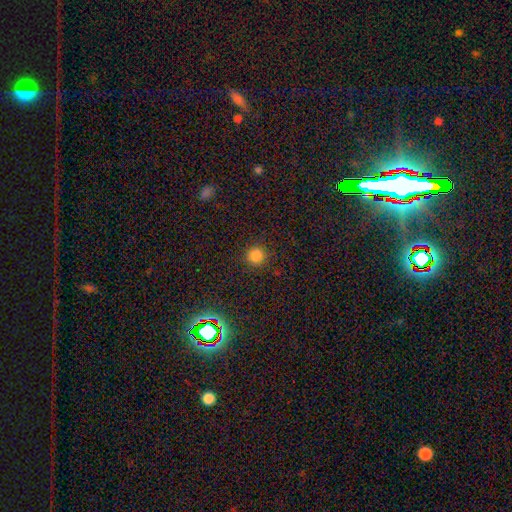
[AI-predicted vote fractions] Smooth or featured?
  - smooth: 81% *
  - star or artifact: 15%
  - featured or disk: 4%
How rounded?
  - round: 95% *
  - in between: 4%
  - cigar-shaped: 1%
Merging?
  - none: 89% *
  - minor disturbance: 7%
  - major disturbance: 3%
  - merger: 1%